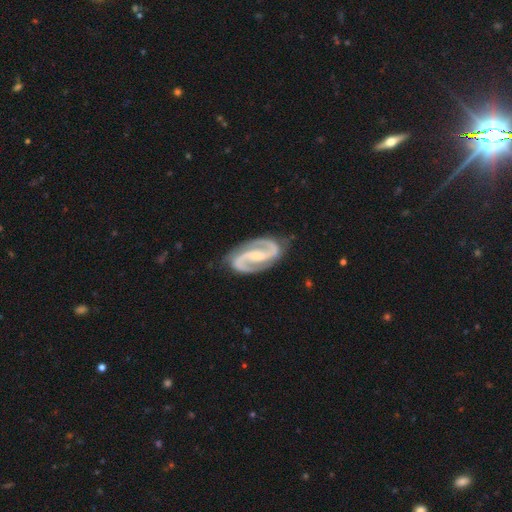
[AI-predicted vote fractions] A featured or disk galaxy (94%) with a strong bar (43%), 2 (95%) medium (58%) spiral arms (98%) and a small central bulge (48%). Merging: none (85%).